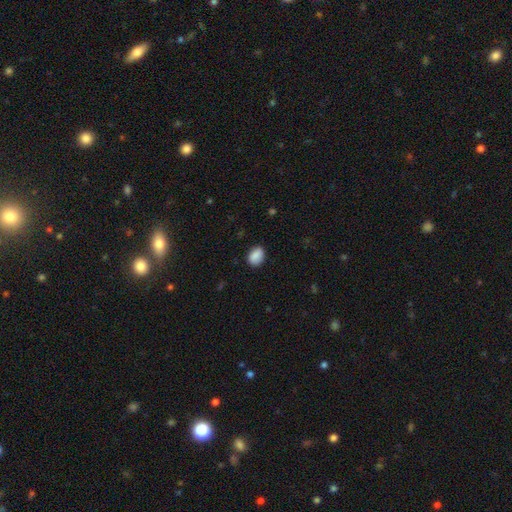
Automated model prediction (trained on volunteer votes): A smooth galaxy with no disk features (87%) that is in between round and cigar-shaped (73%). Merging: none (83%).